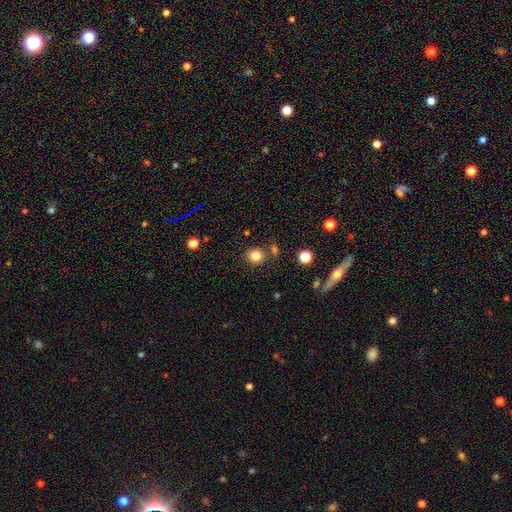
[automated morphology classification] This appears to be a smooth galaxy with no disk features (81%) that is round (86%). Merging: none (80%).